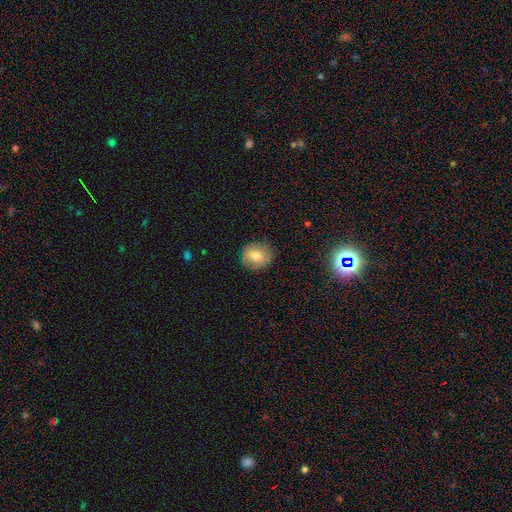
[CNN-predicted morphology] The model was most divided on "how rounded": round: 69%, in between: 30%, cigar-shaped: 1%. More confident: merging — none (81%); smooth or featured — smooth (73%).